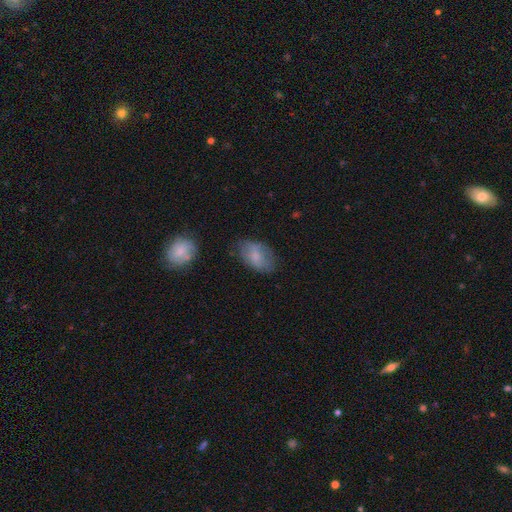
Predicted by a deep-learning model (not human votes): Smooth or featured? smooth (72%)
How rounded? in between (91%)
Merging? none (65%)